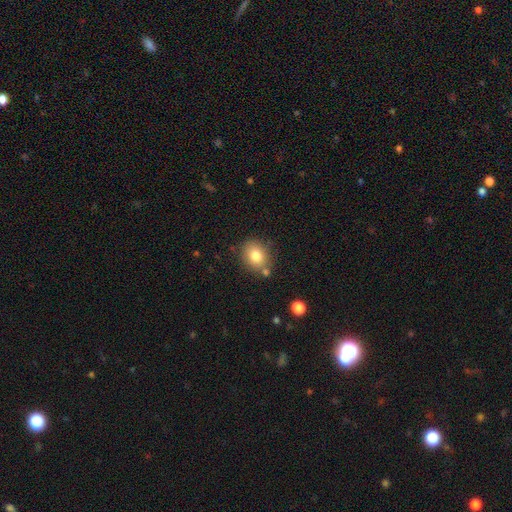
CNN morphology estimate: Smooth or featured?
  - smooth: 79% *
  - featured or disk: 11%
  - star or artifact: 10%
How rounded?
  - round: 58% *
  - in between: 41%
  - cigar-shaped: 1%
Merging?
  - none: 74% *
  - minor disturbance: 13%
  - merger: 9%
  - major disturbance: 4%